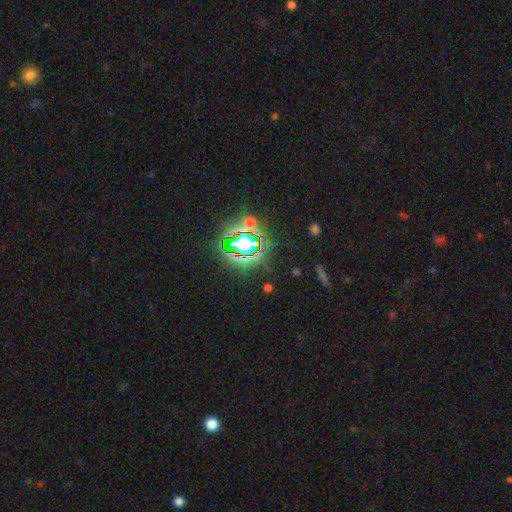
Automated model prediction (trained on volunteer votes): Smooth or featured? star or artifact (80%)